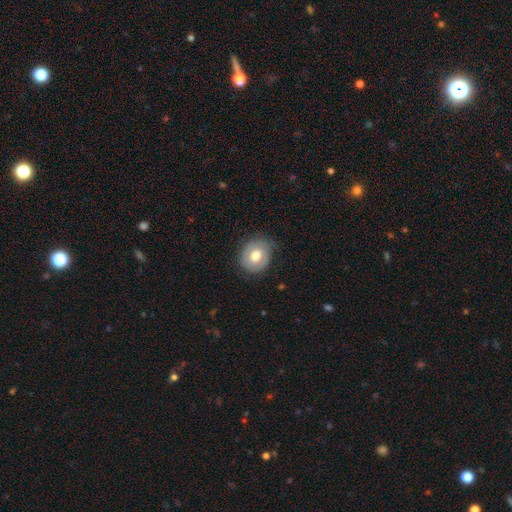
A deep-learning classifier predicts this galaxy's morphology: smooth 61%, featured or disk 32%, star or artifact 7%. Down the decision tree: how rounded — round (63%); merging — none (74%).